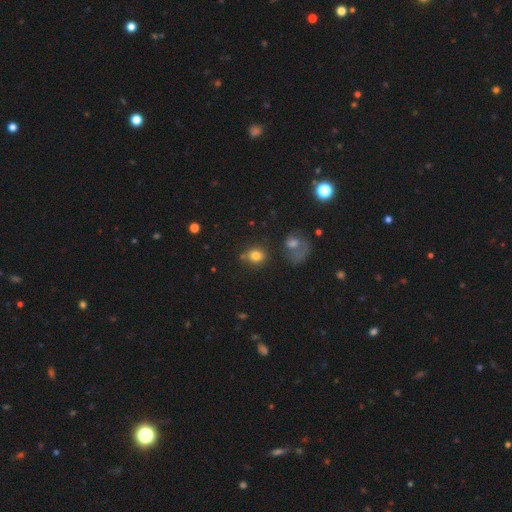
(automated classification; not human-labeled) Smooth or featured? smooth (78%)
How rounded? round (71%)
Merging? none (67%)